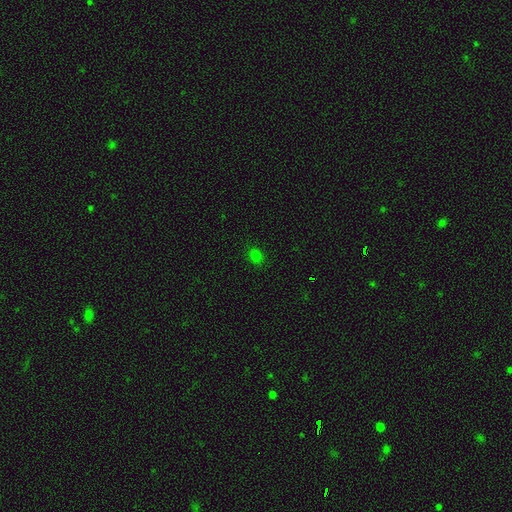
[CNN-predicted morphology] This appears to be a smooth galaxy with no disk features (77%) that is round (71%). Merging: none (89%).